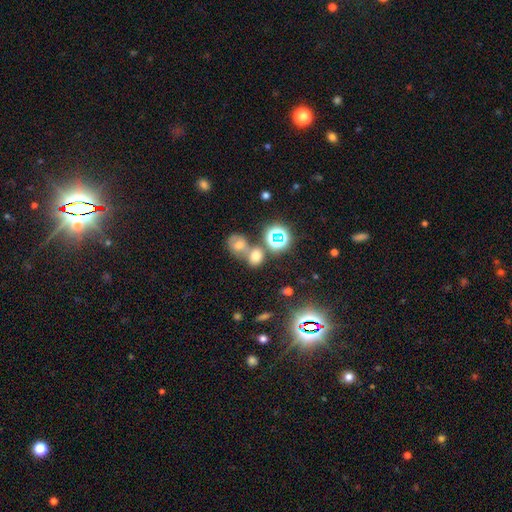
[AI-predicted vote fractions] Q: Smooth or featured?
A: smooth (59%); runner-up: star or artifact (29%)
Q: How rounded?
A: round (59%); runner-up: in between (39%)
Q: Merging?
A: merger (45%); runner-up: none (43%)